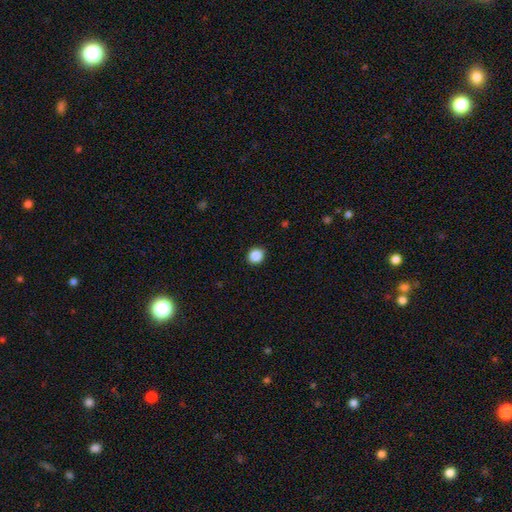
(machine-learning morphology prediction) Q: Smooth or featured?
A: smooth (87%); runner-up: star or artifact (10%)
Q: How rounded?
A: round (86%); runner-up: in between (13%)
Q: Merging?
A: none (92%); runner-up: minor disturbance (5%)